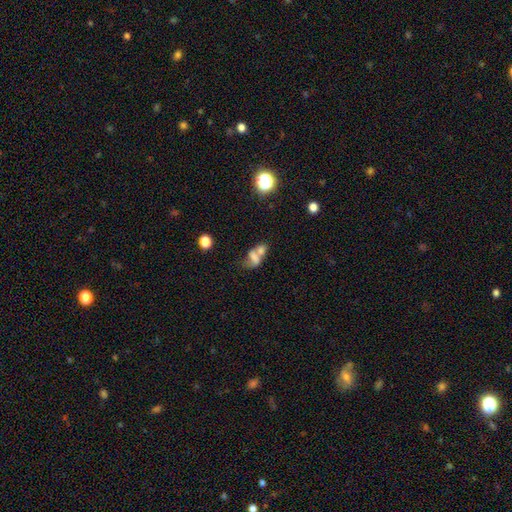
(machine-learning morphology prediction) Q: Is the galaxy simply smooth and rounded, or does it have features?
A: smooth — 56%.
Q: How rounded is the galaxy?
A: in between — 74%.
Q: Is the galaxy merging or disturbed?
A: merger — 59%.